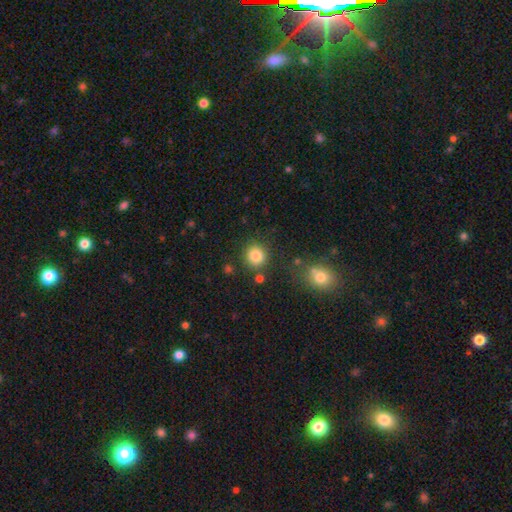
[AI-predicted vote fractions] A smooth galaxy with no disk features (84%) that is round (86%). Merging: none (84%).